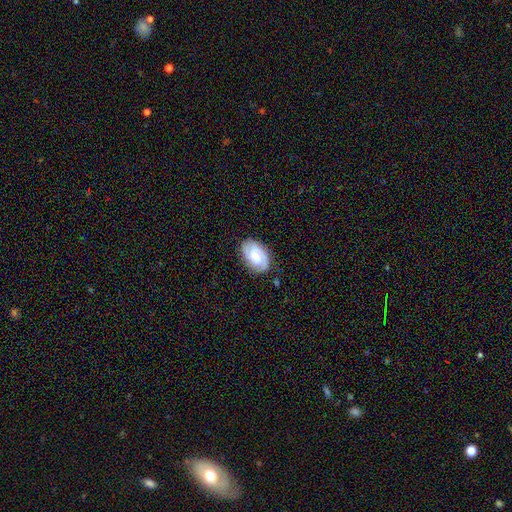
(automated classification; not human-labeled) smooth_or_featured: featured or disk (p=0.70) [alt: smooth p=0.24]
disk_edge_on: no (p=0.97) [alt: yes p=0.03]
bar: weak (p=0.46) [alt: no p=0.43]
has_spiral_arms: yes (p=0.94) [alt: no p=0.06]
spiral_winding: tight (p=0.51) [alt: medium p=0.39]
spiral_arm_count: 2 (p=0.75) [alt: can't tell p=0.11]
bulge_size: moderate (p=0.43) [alt: small p=0.37]
merging: none (p=0.82) [alt: minor disturbance p=0.13]